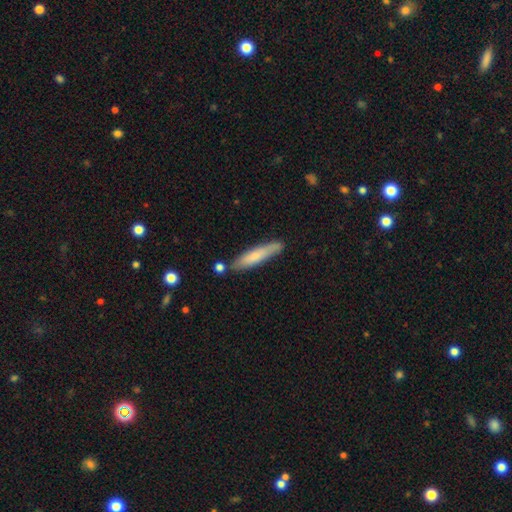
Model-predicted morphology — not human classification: Smooth or featured? Predicted: smooth (p=0.70). How rounded? Predicted: cigar-shaped (p=0.87). Merging? Predicted: none (p=0.76).